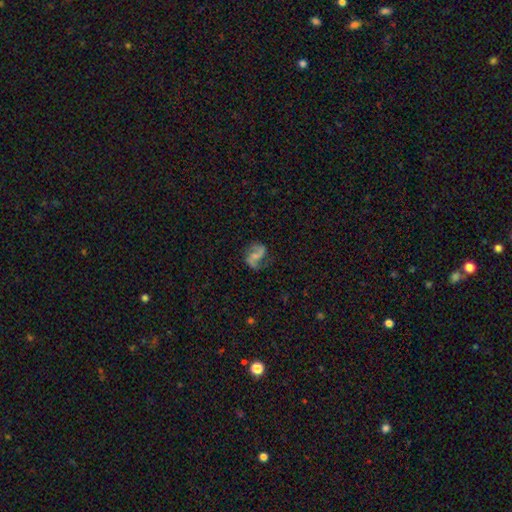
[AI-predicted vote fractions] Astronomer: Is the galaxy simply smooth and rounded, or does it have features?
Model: featured or disk — 74%.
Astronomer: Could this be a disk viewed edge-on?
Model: no — 98%.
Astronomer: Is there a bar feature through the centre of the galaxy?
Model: no — 44% (runner-up: weak, 41%).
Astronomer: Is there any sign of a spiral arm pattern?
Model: yes — 93%.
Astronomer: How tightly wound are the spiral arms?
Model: loose — 53% (runner-up: medium, 38%).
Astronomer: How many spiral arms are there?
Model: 2 — 88%.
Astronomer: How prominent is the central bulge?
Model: small — 41% (runner-up: none, 32%).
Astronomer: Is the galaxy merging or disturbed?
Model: none — 63%.